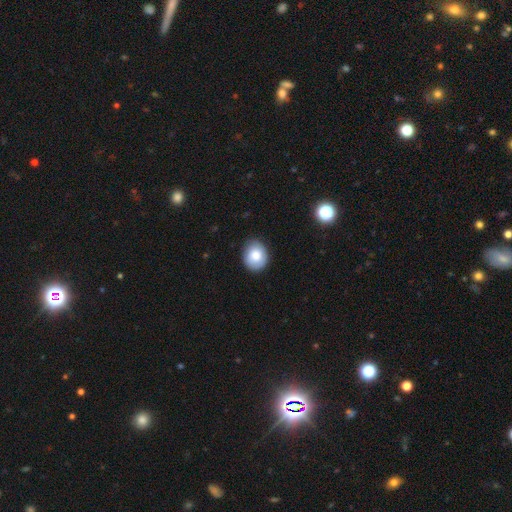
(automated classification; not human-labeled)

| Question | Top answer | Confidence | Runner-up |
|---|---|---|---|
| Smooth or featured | smooth | 80% | featured or disk (12%) |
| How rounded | round | 59% | in between (40%) |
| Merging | none | 83% | minor disturbance (14%) |